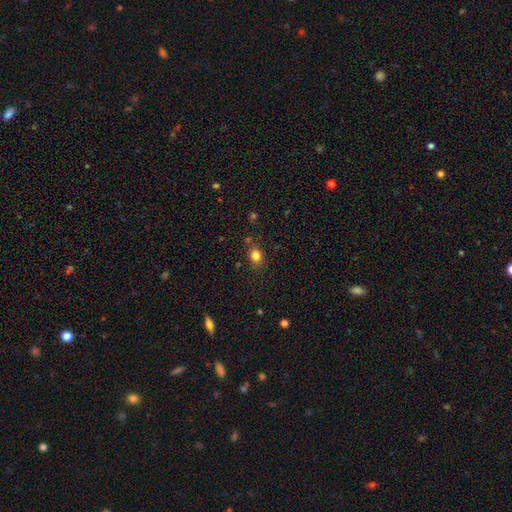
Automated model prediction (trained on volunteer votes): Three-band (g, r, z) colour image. It shows a smooth galaxy with no disk features (81%) that is round (50%). Merging: none (77%).